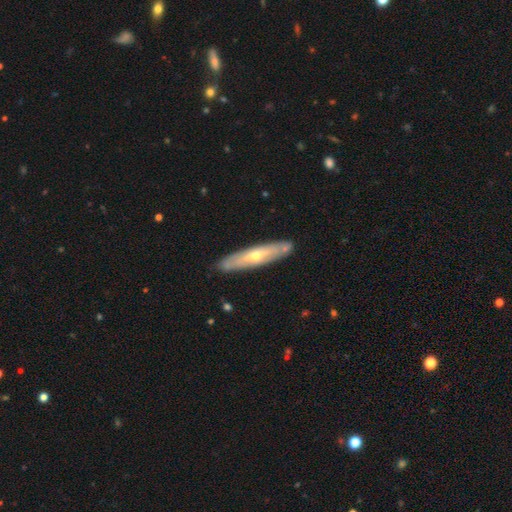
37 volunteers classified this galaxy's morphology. smooth-or-featured: featured or disk: 65% | smooth: 32% | star or artifact: 3%
  disk-edge-on: yes: 54% | no: 46%
    edge-on-bulge: rounded: 77% | none: 23% | boxy: 0%
  merging: none: 89% | minor disturbance: 6% | merger: 6% | major disturbance: 0%